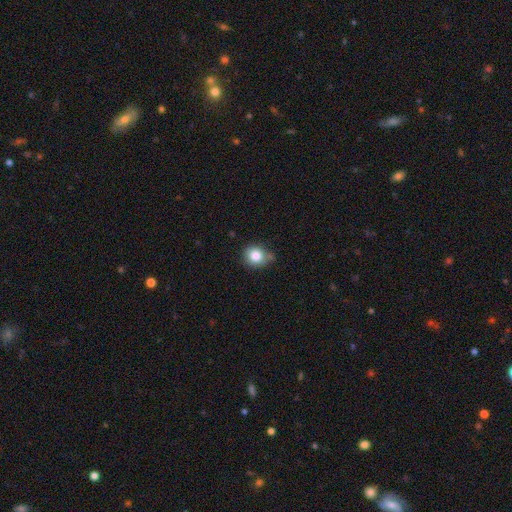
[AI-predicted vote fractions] Smooth or featured? Predicted: smooth (p=0.82). How rounded? Predicted: round (p=0.81). Merging? Predicted: none (p=0.69).